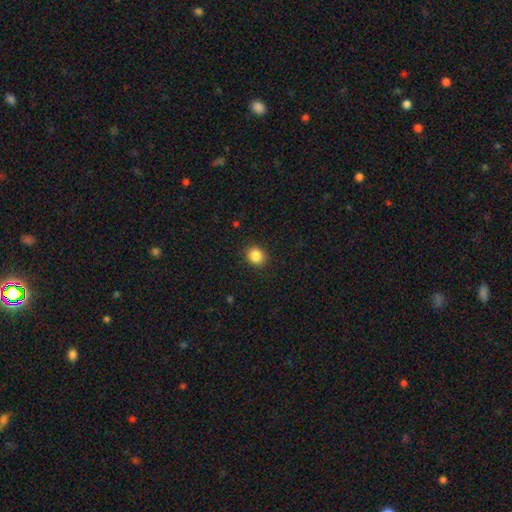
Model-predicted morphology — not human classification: Overall: smooth (86%). How rounded: round (75%). Merging: none (91%).